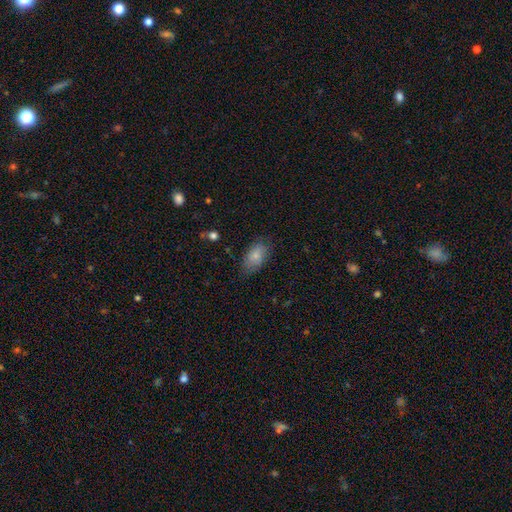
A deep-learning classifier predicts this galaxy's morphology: This appears to be a smooth galaxy with no disk features (79%) that is in between round and cigar-shaped (91%). Merging: none (72%).